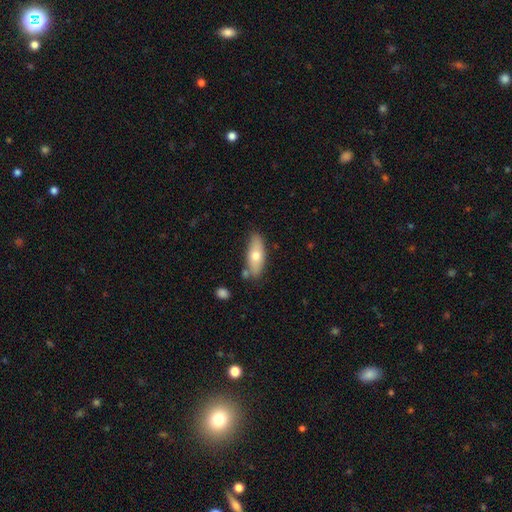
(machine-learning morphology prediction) Smooth or featured? Predicted: smooth (p=0.66). How rounded? Predicted: in between (p=0.71). Merging? Predicted: none (p=0.77).